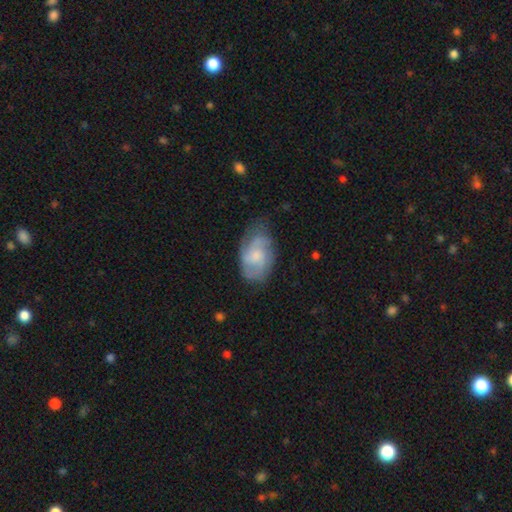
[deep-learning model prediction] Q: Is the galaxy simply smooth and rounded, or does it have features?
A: featured or disk — 60%.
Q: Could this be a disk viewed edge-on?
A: no — 97%.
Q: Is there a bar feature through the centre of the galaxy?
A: no — 67%.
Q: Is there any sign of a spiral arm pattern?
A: yes — 87%.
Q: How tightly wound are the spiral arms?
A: medium — 45%.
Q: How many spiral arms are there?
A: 2 — 32%.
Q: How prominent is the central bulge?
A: small — 42%.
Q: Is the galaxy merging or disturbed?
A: none — 61%.